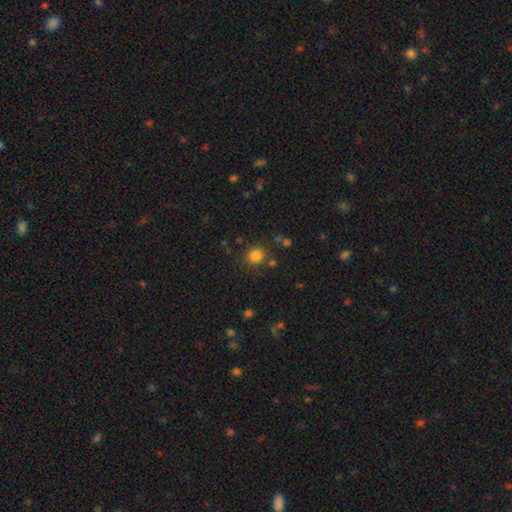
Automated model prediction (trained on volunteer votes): This appears to be a smooth galaxy with no disk features (82%) that is round (86%). Merging: none (82%).